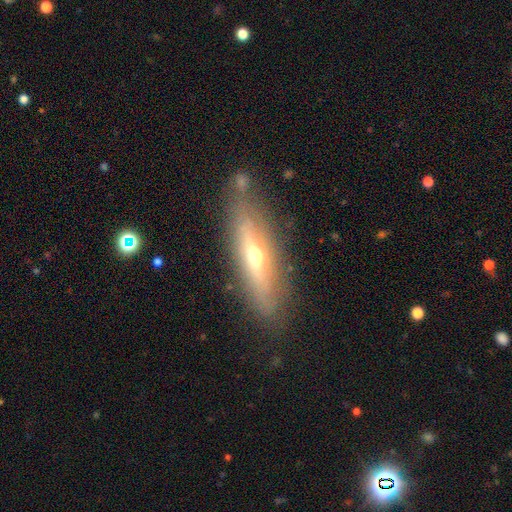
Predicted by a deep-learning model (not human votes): Q: Smooth or featured?
A: featured or disk (60%); runner-up: smooth (32%)
Q: Edge-on disk?
A: yes (73%); runner-up: no (27%)
Q: Merging?
A: none (75%); runner-up: minor disturbance (16%)